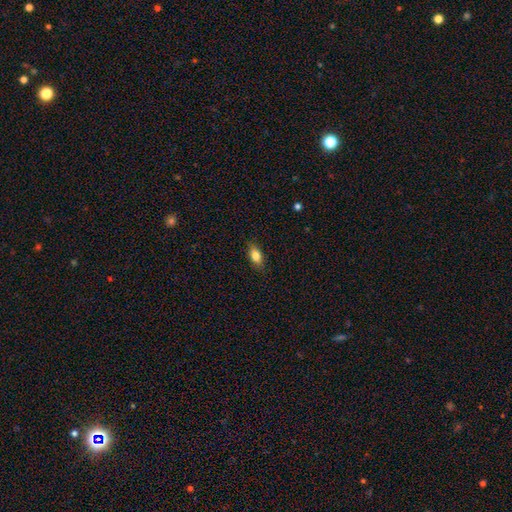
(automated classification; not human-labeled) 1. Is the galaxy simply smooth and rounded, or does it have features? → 82% smooth, 10% featured or disk, 8% star or artifact.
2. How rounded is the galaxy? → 86% in between, 7% round, 7% cigar-shaped.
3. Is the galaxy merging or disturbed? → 85% none, 12% minor disturbance, 2% major disturbance, 1% merger.